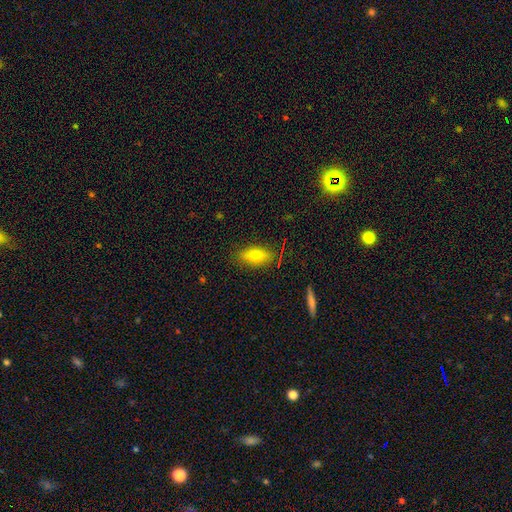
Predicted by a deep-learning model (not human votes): Smooth or featured? Predicted: smooth (p=0.72). How rounded? Predicted: in between (p=0.80). Merging? Predicted: none (p=0.83).